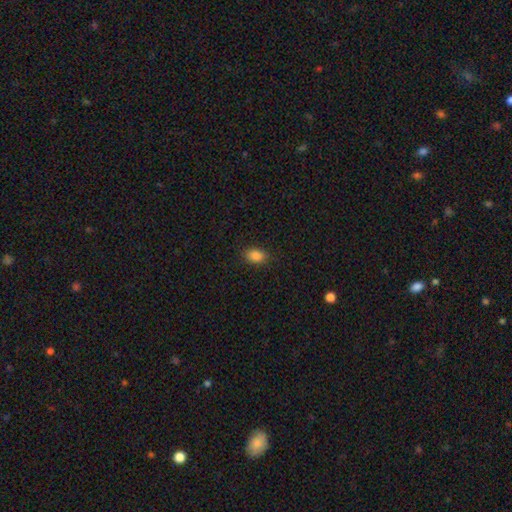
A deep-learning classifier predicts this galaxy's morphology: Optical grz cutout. It shows a smooth galaxy with no disk features (86%) that is in between round and cigar-shaped (80%). Merging: none (87%).